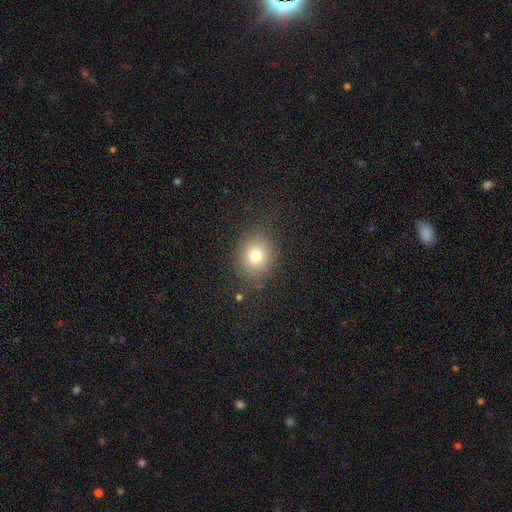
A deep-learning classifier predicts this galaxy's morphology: This is likely a smooth galaxy (76%). How rounded: likely round (70%). Merging: clearly none (82%).